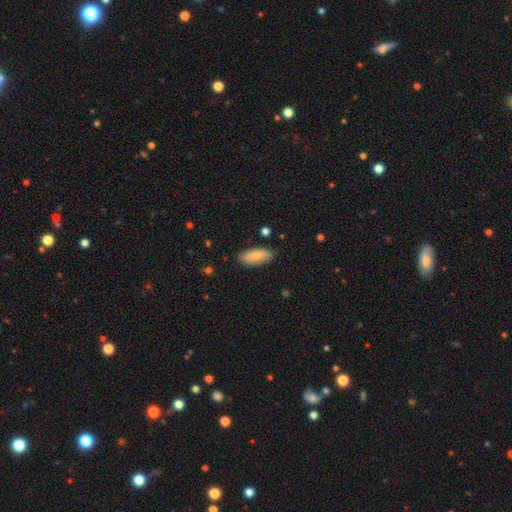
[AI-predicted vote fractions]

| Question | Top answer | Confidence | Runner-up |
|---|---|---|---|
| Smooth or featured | smooth | 81% | featured or disk (13%) |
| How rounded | in between | 85% | cigar-shaped (13%) |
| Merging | none | 84% | minor disturbance (13%) |